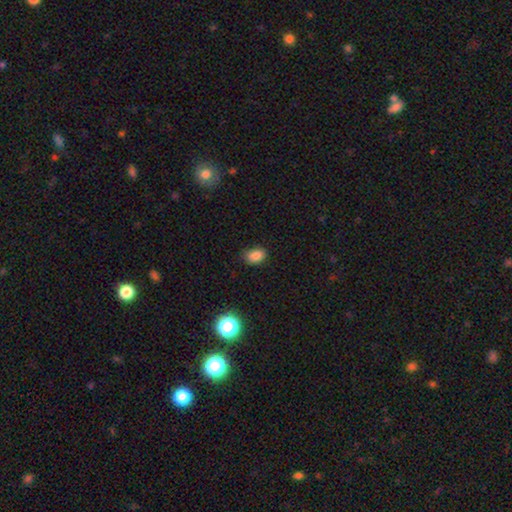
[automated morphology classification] Smooth or featured?
  - smooth: 84% *
  - star or artifact: 12%
  - featured or disk: 4%
How rounded?
  - in between: 78% *
  - round: 20%
  - cigar-shaped: 1%
Merging?
  - none: 75% *
  - minor disturbance: 20%
  - major disturbance: 3%
  - merger: 1%